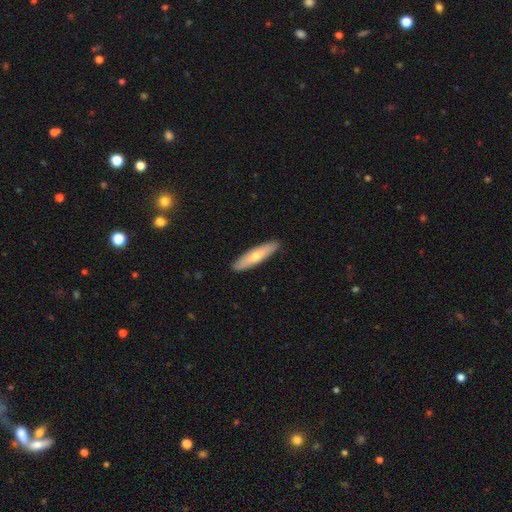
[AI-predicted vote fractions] smooth-or-featured: smooth: 61% | featured or disk: 34% | star or artifact: 5%
  how-rounded: cigar-shaped: 78% | in between: 20% | round: 2%
  merging: none: 91% | minor disturbance: 7% | major disturbance: 1% | merger: 1%